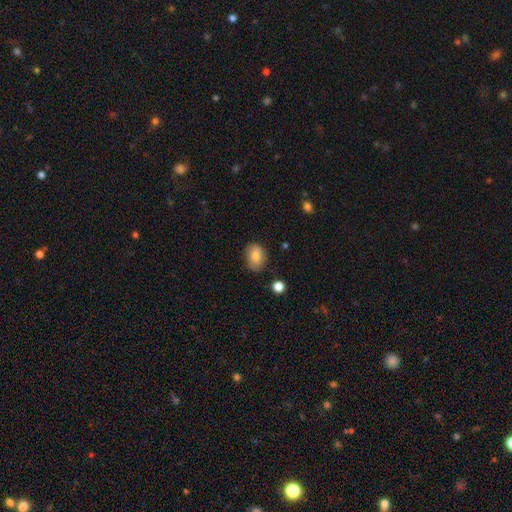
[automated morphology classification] type=smooth (84%); roundness=in between (73%); merging=none (76%).